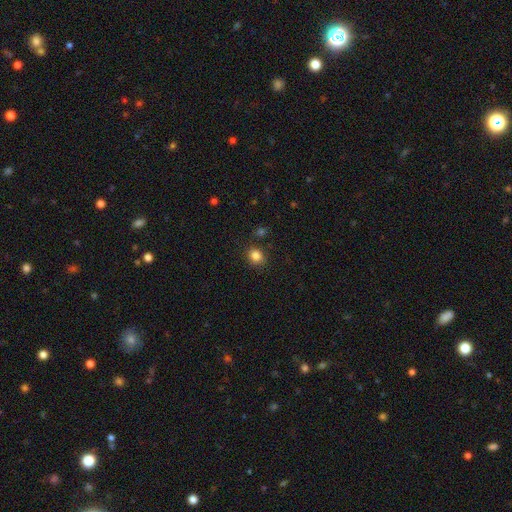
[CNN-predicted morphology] A smooth galaxy with no disk features (84%) that is round (67%). Merging: none (86%).